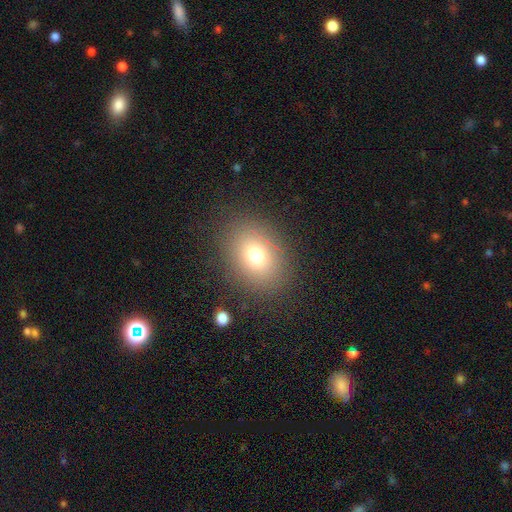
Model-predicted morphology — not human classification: smooth_or_featured: smooth (p=0.73) [alt: star or artifact p=0.14]
how_rounded: in between (p=0.55) [alt: round p=0.44]
merging: none (p=0.84) [alt: minor disturbance p=0.09]